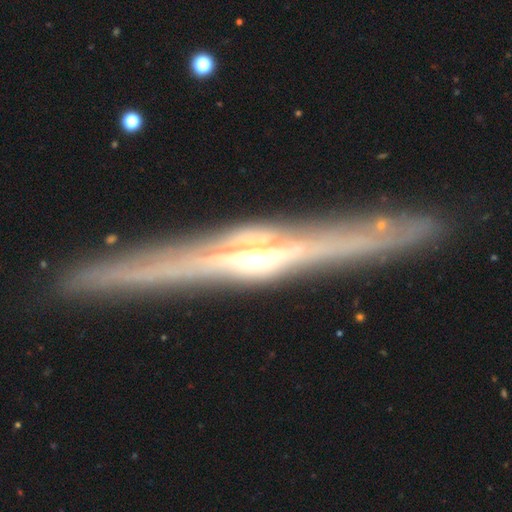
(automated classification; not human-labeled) smooth_or_featured: featured or disk (p=0.84) [alt: smooth p=0.09]
disk_edge_on: yes (p=0.93) [alt: no p=0.07]
edge_on_bulge: rounded (p=0.78) [alt: none p=0.12]
merging: none (p=0.82) [alt: minor disturbance p=0.12]